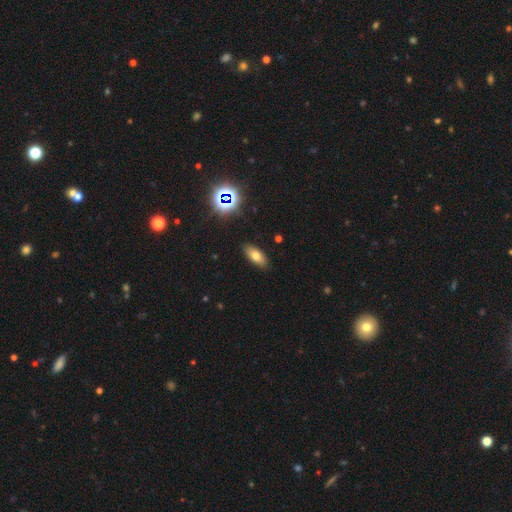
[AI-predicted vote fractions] This is likely a smooth galaxy (71%). How rounded: clearly in between (83%). Merging: clearly none (88%).